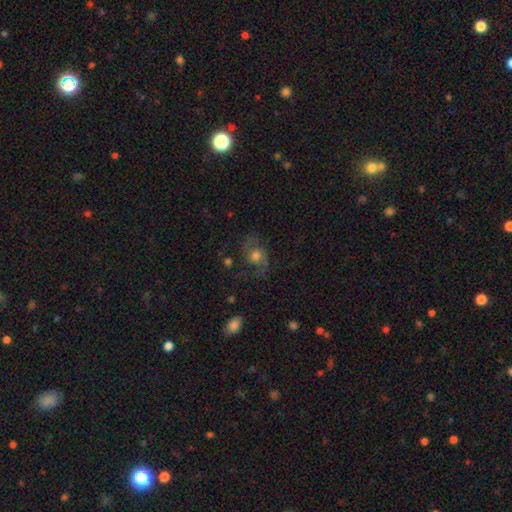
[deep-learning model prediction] smooth-or-featured: featured or disk: 72% | smooth: 14% | star or artifact: 14%
  disk-edge-on: no: 97% | yes: 3%
    bar: no: 69% | weak: 26% | strong: 6%
    has-spiral-arms: yes: 93% | no: 7%
      spiral-winding: medium: 54% | loose: 28% | tight: 17%
      spiral-arm-count: 2: 90% | can't tell: 4% | 1: 3% | 3: 1% | 4: 1% | more than 4: 1%
    bulge-size: moderate: 61% | small: 19% | large: 16% | none: 2% | dominant: 2%
  merging: none: 76% | minor disturbance: 13% | major disturbance: 9% | merger: 2%